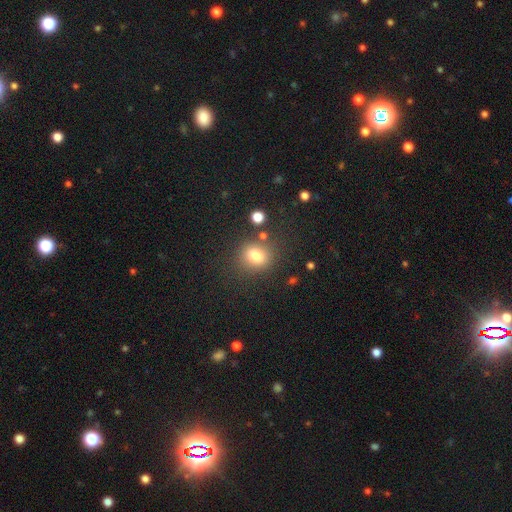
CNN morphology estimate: Overall: smooth (78%). How rounded: round (65%; in between 33%). Merging: none (76%).